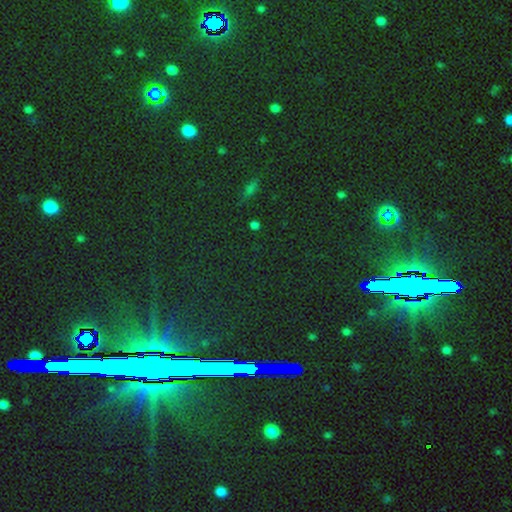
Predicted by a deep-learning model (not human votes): Overall: star or artifact (83%).